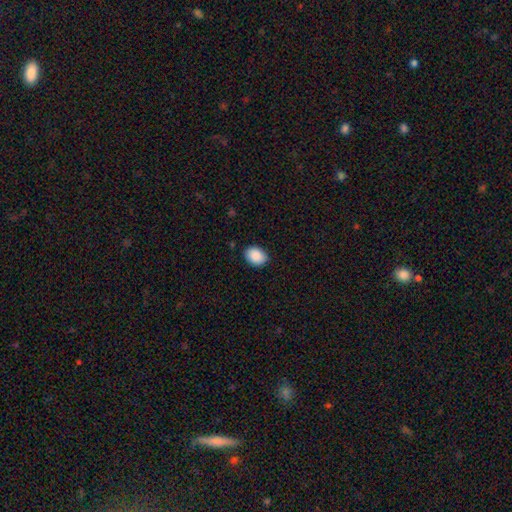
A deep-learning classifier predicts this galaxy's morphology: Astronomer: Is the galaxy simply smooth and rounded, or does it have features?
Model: smooth — 90%.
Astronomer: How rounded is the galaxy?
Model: in between — 72%.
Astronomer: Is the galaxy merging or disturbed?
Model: none — 86%.